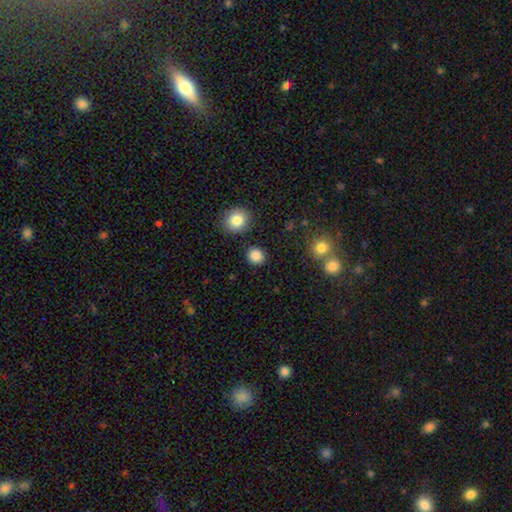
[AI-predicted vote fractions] A smooth galaxy with no disk features (86%) that is round (88%). Merging: none (88%).